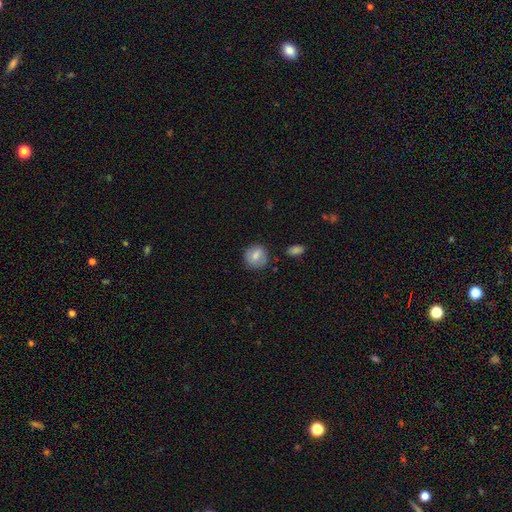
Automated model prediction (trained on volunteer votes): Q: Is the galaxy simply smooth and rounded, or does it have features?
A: smooth — 76%.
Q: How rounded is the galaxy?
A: round — 82%.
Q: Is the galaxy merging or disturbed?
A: none — 80%.